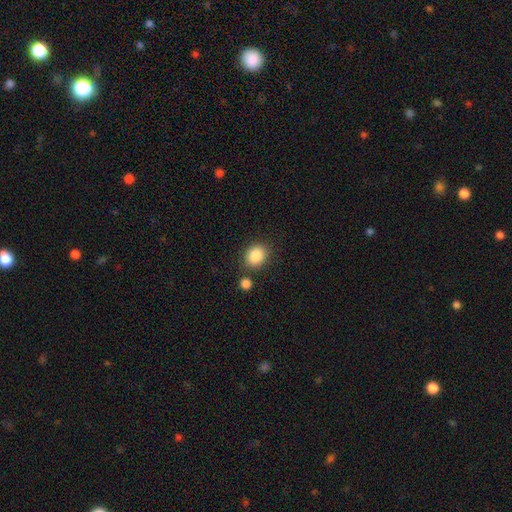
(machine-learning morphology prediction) Smooth or featured?
  - smooth: 87% *
  - star or artifact: 8%
  - featured or disk: 5%
How rounded?
  - round: 57% *
  - in between: 42%
  - cigar-shaped: 1%
Merging?
  - none: 79% *
  - minor disturbance: 10%
  - merger: 8%
  - major disturbance: 3%